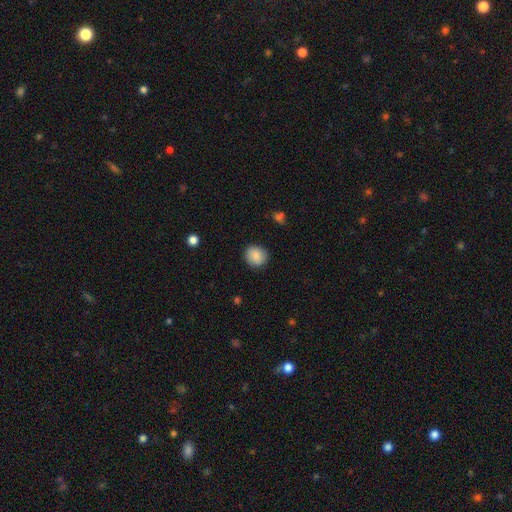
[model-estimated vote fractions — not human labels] Smooth or featured? Predicted: smooth (p=0.86). How rounded? Predicted: round (p=0.80). Merging? Predicted: none (p=0.87).